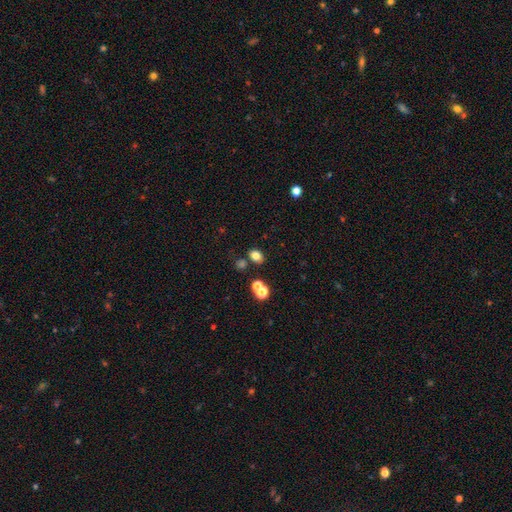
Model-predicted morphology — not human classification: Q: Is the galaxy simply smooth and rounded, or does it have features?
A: smooth — 78%.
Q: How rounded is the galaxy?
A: in between — 59%.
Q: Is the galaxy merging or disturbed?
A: none — 75%.